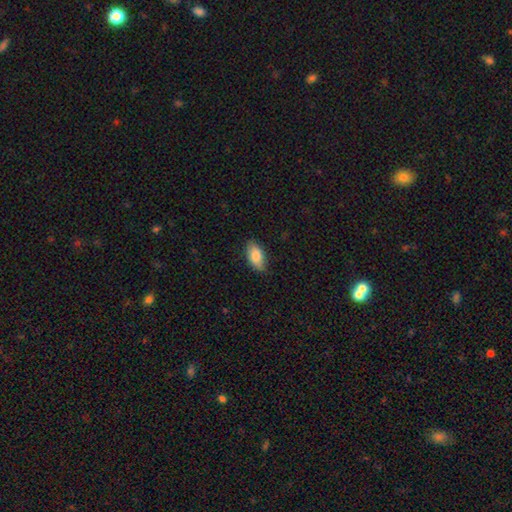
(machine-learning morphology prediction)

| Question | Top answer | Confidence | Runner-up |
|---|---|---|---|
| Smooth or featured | smooth | 85% | featured or disk (9%) |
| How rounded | in between | 93% | cigar-shaped (4%) |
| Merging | none | 83% | minor disturbance (13%) |